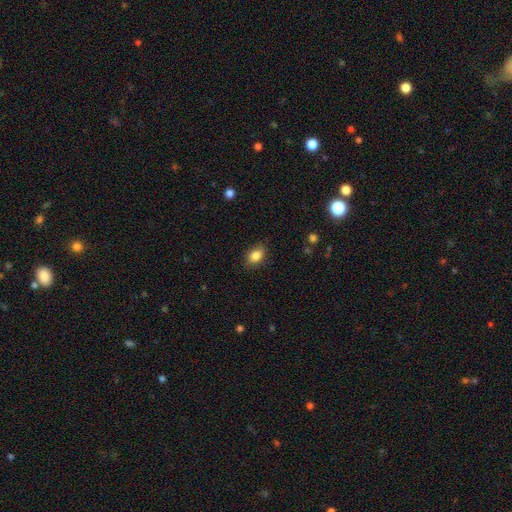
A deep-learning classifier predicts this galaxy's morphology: This appears to be a smooth galaxy with no disk features (84%) that is in between round and cigar-shaped (80%). Merging: none (84%).